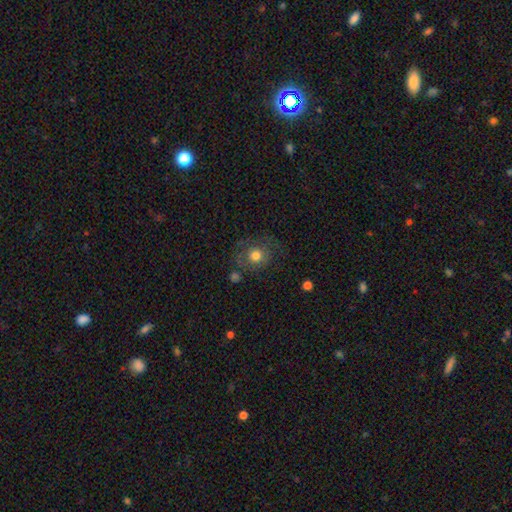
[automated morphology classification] Q: Smooth or featured?
A: smooth (67%); runner-up: featured or disk (22%)
Q: How rounded?
A: round (80%); runner-up: in between (19%)
Q: Merging?
A: none (68%); runner-up: minor disturbance (18%)